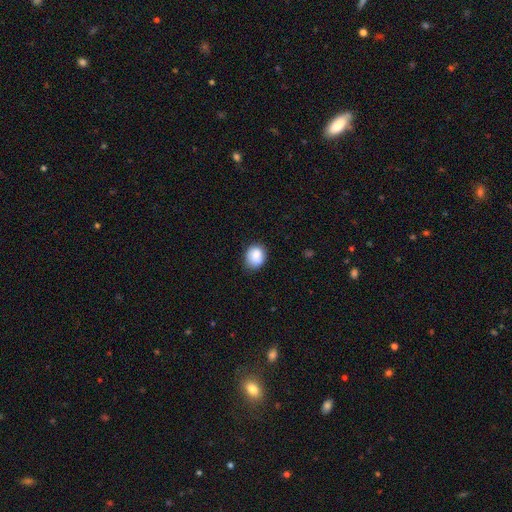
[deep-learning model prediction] Smooth or featured? Predicted: smooth (p=0.86). How rounded? Predicted: round (p=0.60). Merging? Predicted: none (p=0.71).